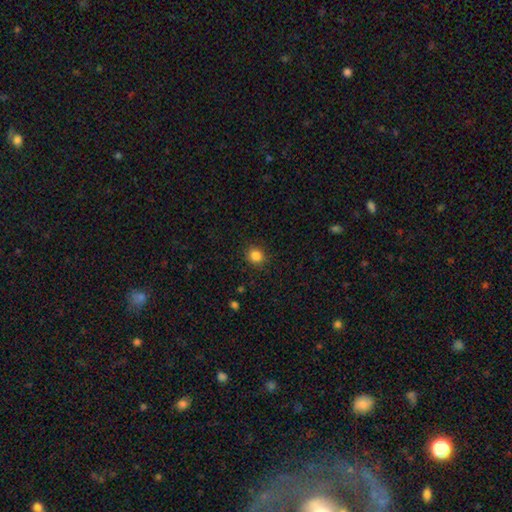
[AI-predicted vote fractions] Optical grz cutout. It shows a smooth galaxy with no disk features (85%) that is round (86%). Merging: none (90%).